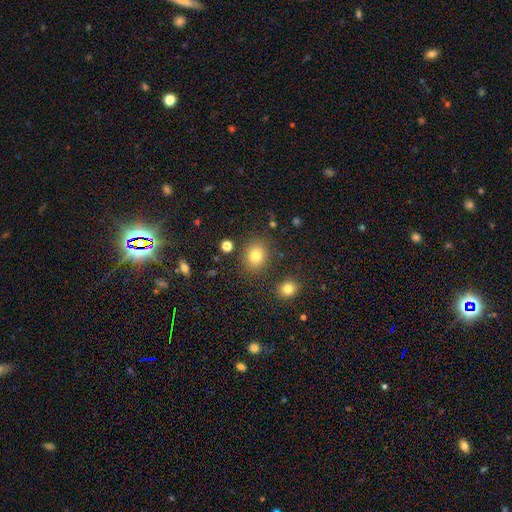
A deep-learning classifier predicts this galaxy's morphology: Smooth or featured: smooth — 81% (star or artifact — 12%)
How rounded: round — 65% (in between — 34%)
Merging: none — 83% (minor disturbance — 9%)